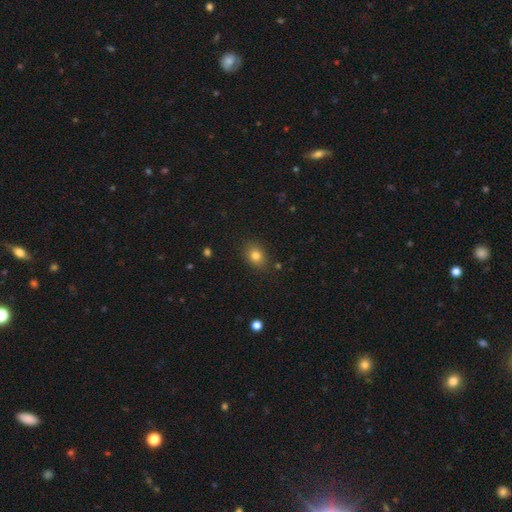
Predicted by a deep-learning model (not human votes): This is clearly a smooth galaxy (80%). How rounded: possibly in between (56%). Merging: clearly none (86%).